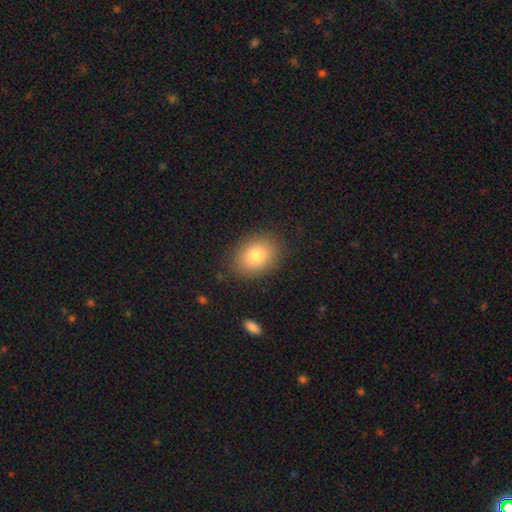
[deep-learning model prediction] Morphology: type=smooth (80%); roundness=in between (63%); merging=none (85%).